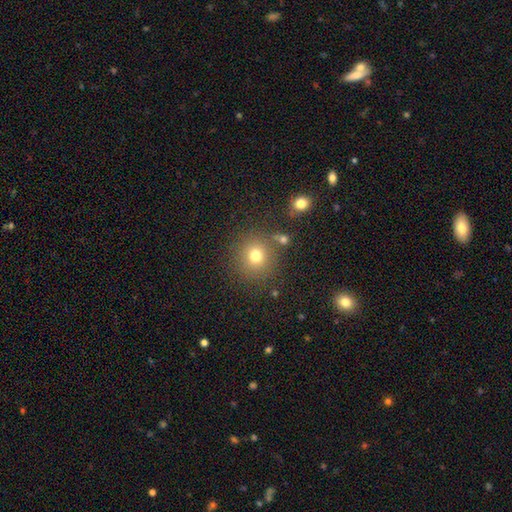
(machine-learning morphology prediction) Smooth or featured?
  - smooth: 75% *
  - star or artifact: 16%
  - featured or disk: 9%
How rounded?
  - round: 90% *
  - in between: 9%
  - cigar-shaped: 1%
Merging?
  - none: 81% *
  - minor disturbance: 9%
  - merger: 6%
  - major disturbance: 4%